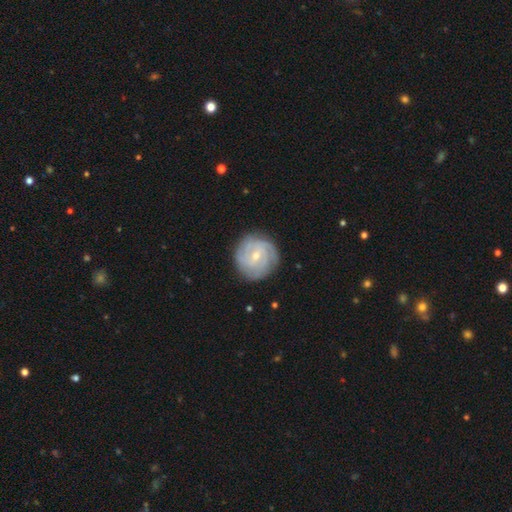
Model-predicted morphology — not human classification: smooth-or-featured: featured or disk: 83% | smooth: 12% | star or artifact: 5%
  disk-edge-on: no: 98% | yes: 2%
    bar: weak: 53% | no: 35% | strong: 12%
    has-spiral-arms: yes: 96% | no: 4%
      spiral-winding: tight: 72% | medium: 24% | loose: 4%
      spiral-arm-count: 3: 30% | can't tell: 25% | 4: 17% | 2: 15% | more than 4: 6% | 1: 6%
    bulge-size: small: 59% | moderate: 38% | none: 1% | large: 1% | dominant: 1%
  merging: none: 84% | minor disturbance: 12% | major disturbance: 3% | merger: 1%